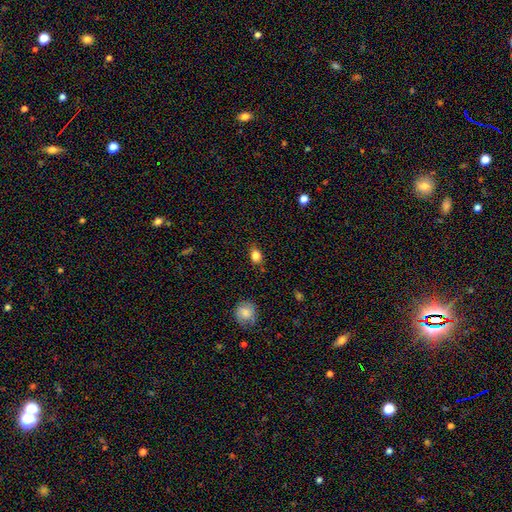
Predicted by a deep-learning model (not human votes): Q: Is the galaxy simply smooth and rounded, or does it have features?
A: smooth — 84%.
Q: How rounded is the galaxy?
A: in between — 62%.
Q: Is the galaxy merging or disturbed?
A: none — 81%.